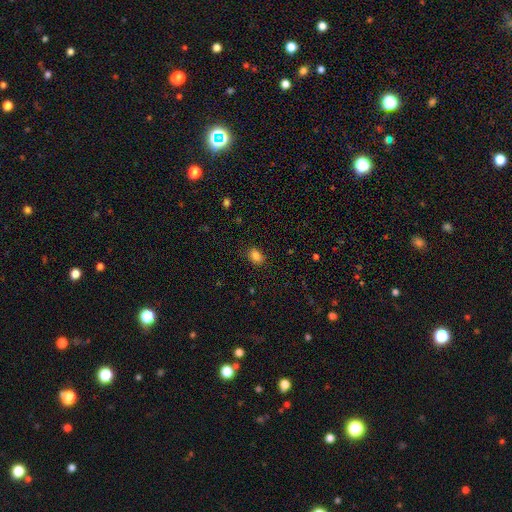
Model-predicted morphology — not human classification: Smooth or featured? Predicted: smooth (p=0.84). How rounded? Predicted: in between (p=0.67). Merging? Predicted: none (p=0.85).